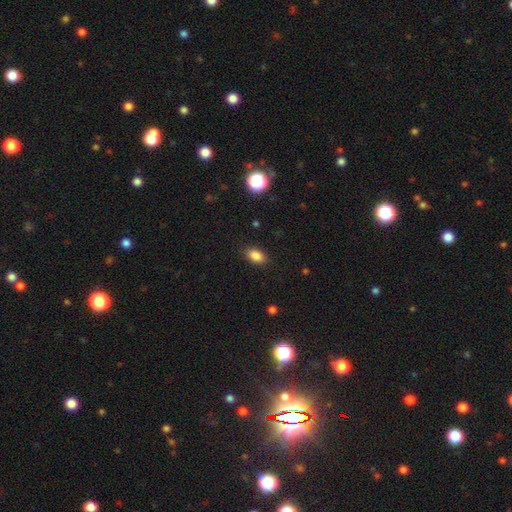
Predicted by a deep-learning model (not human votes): smooth_or_featured: smooth (p=0.85) [alt: star or artifact p=0.09]
how_rounded: in between (p=0.88) [alt: round p=0.09]
merging: none (p=0.87) [alt: minor disturbance p=0.10]